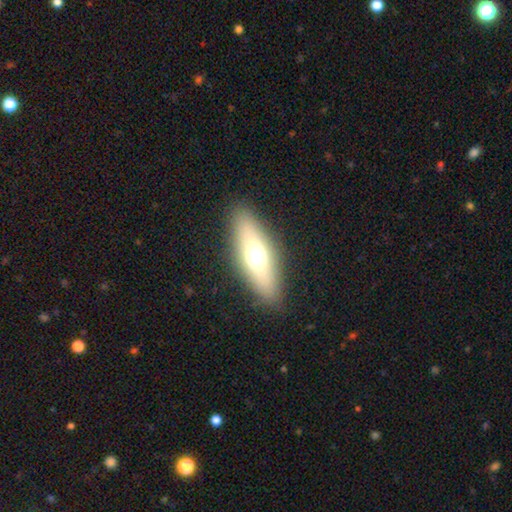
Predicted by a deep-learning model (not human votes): Smooth or featured?
  - smooth: 56% *
  - featured or disk: 35%
  - star or artifact: 9%
How rounded?
  - in between: 55% *
  - cigar-shaped: 41%
  - round: 4%
Merging?
  - none: 88% *
  - minor disturbance: 8%
  - major disturbance: 3%
  - merger: 1%